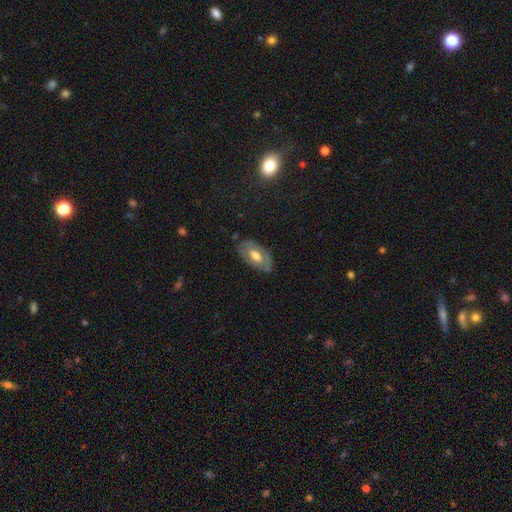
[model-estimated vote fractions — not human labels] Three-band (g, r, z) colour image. It shows a featured or disk galaxy (51%). Merging: none (77%).